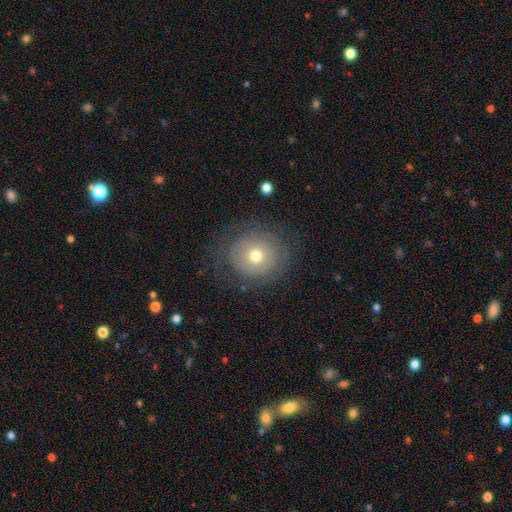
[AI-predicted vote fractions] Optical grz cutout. It shows a smooth galaxy with no disk features (49%). Merging: none (71%).